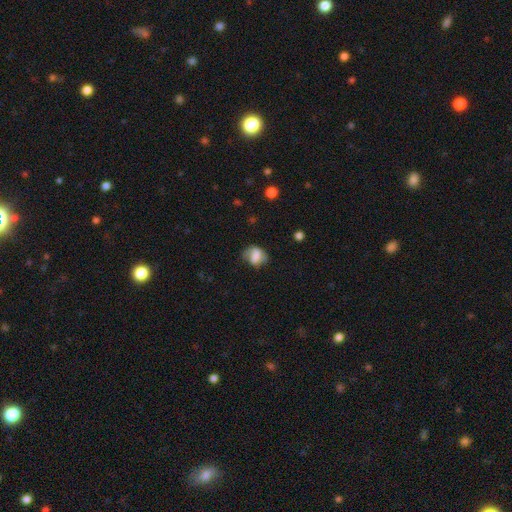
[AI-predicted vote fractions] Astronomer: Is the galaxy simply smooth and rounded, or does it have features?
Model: smooth — 66%.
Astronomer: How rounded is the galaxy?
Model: in between — 59% (runner-up: round, 39%).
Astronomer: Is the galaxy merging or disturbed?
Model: none — 45% (runner-up: minor disturbance, 31%).